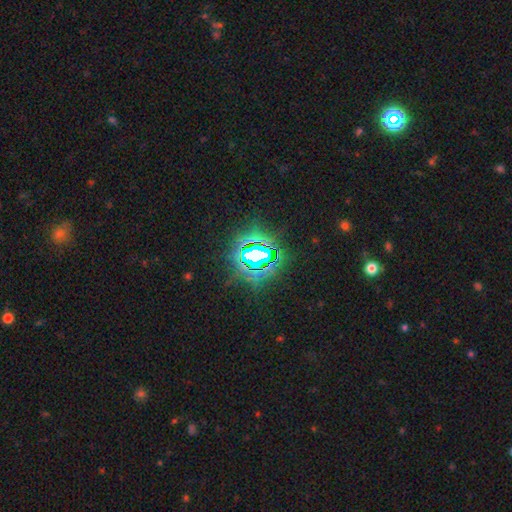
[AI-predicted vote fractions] Q: Smooth or featured?
A: star or artifact (79%); runner-up: smooth (11%)